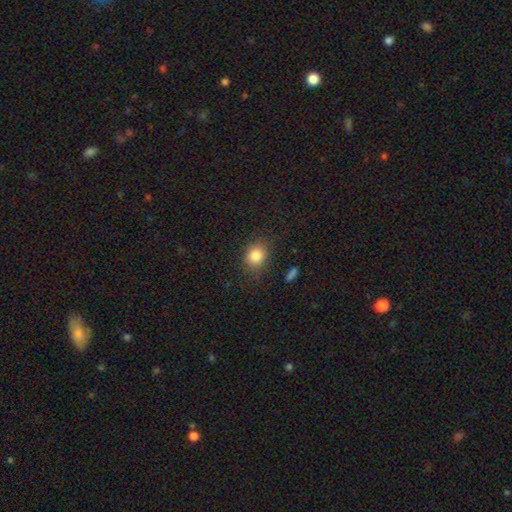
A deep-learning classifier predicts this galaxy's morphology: Q: Smooth or featured?
A: smooth (84%); runner-up: star or artifact (10%)
Q: How rounded?
A: round (58%); runner-up: in between (41%)
Q: Merging?
A: none (80%); runner-up: minor disturbance (14%)